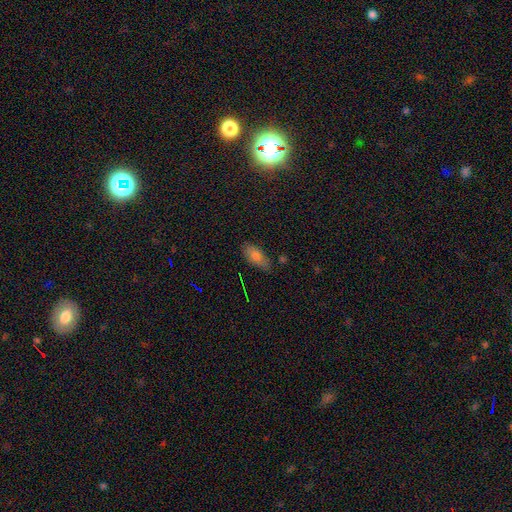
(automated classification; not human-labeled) smooth-or-featured: smooth: 73% | star or artifact: 14% | featured or disk: 13%
  how-rounded: in between: 86% | cigar-shaped: 10% | round: 4%
  merging: none: 75% | minor disturbance: 18% | major disturbance: 4% | merger: 3%